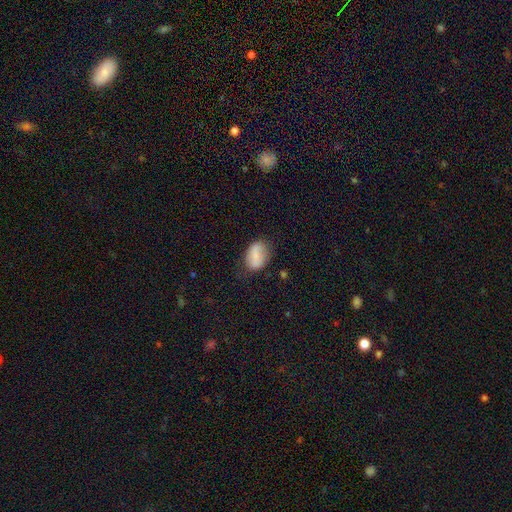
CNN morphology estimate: Smooth or featured: smooth — 72% (featured or disk — 21%)
How rounded: in between — 77% (round — 21%)
Merging: none — 66% (minor disturbance — 24%)